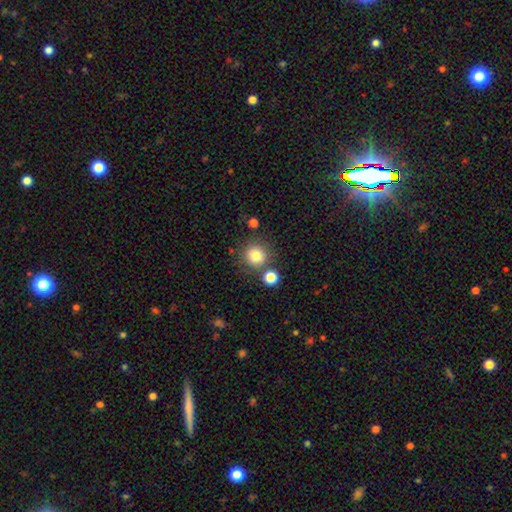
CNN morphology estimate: Smooth or featured?
  - smooth: 80% *
  - star or artifact: 12%
  - featured or disk: 8%
How rounded?
  - round: 94% *
  - in between: 6%
  - cigar-shaped: 1%
Merging?
  - none: 78% *
  - merger: 10%
  - minor disturbance: 8%
  - major disturbance: 3%